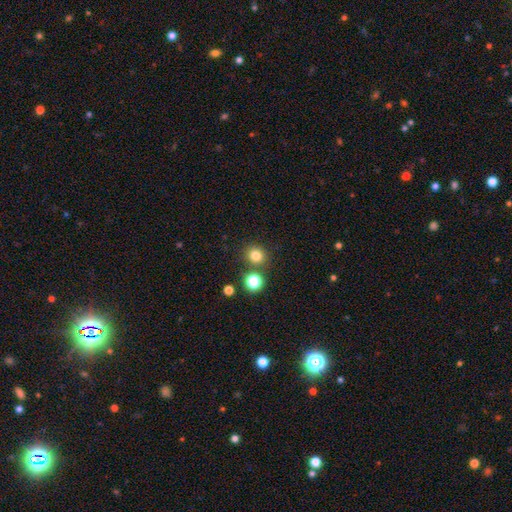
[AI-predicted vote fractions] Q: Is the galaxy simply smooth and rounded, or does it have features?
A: smooth — 80%.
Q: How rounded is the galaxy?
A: round — 89%.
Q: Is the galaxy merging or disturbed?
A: none — 80%.